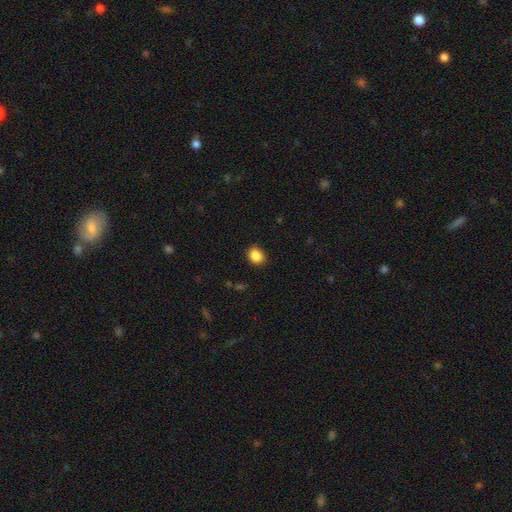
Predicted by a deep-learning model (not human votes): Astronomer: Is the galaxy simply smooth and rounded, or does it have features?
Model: smooth — 88%.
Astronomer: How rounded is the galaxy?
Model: round — 59% (runner-up: in between, 41%).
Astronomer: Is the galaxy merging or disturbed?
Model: none — 87%.